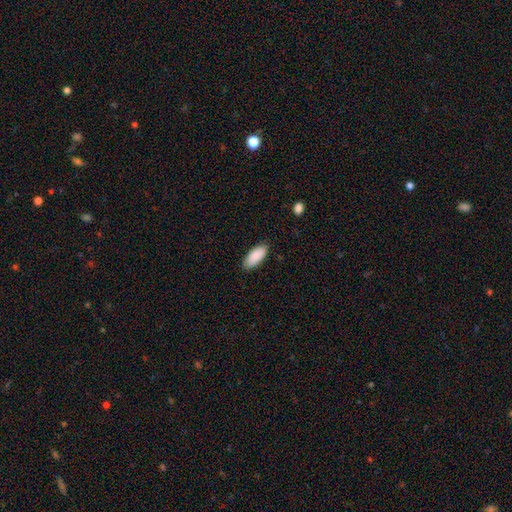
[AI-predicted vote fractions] Q: Smooth or featured?
A: smooth (90%); runner-up: star or artifact (6%)
Q: How rounded?
A: in between (88%); runner-up: cigar-shaped (10%)
Q: Merging?
A: none (85%); runner-up: minor disturbance (12%)